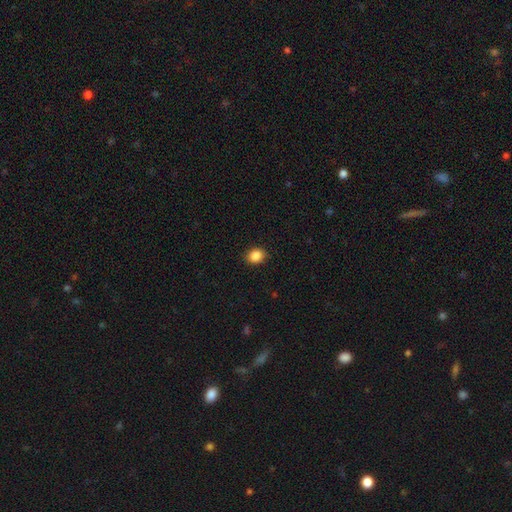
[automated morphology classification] This is clearly a smooth galaxy (87%). How rounded: possibly round (55%). Merging: clearly none (89%).